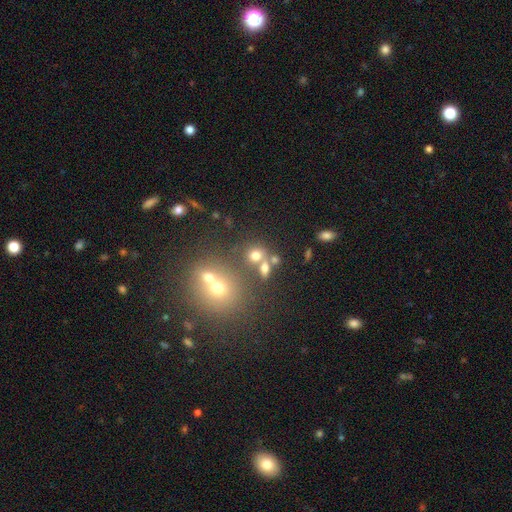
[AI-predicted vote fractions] Overall: smooth (69%). How rounded: round (72%). Merging: none (51%; merger 34%).